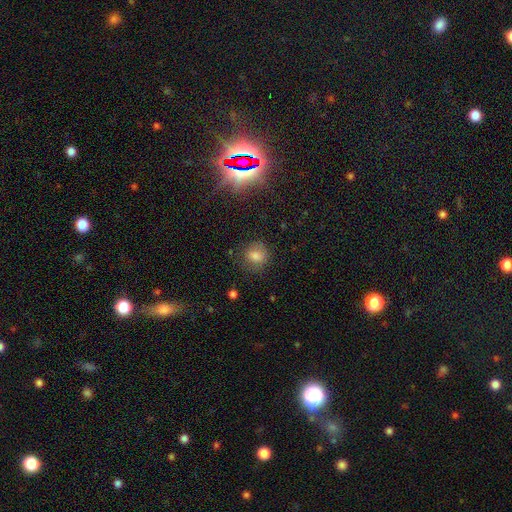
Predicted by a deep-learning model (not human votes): Smooth or featured?
  - smooth: 74% *
  - star or artifact: 16%
  - featured or disk: 10%
How rounded?
  - round: 76% *
  - in between: 23%
  - cigar-shaped: 1%
Merging?
  - none: 76% *
  - minor disturbance: 16%
  - major disturbance: 6%
  - merger: 2%